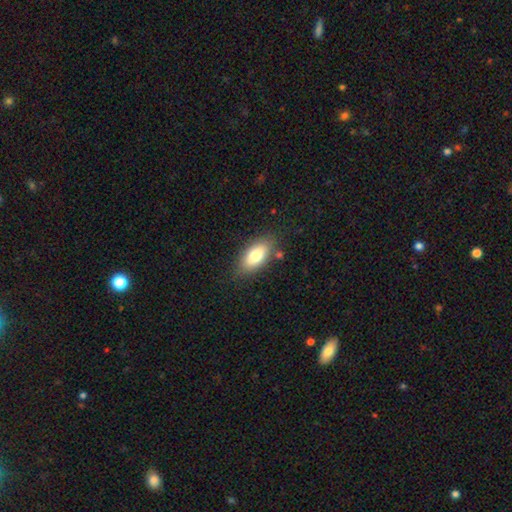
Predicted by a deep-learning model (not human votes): Q: Smooth or featured?
A: smooth (78%); runner-up: featured or disk (14%)
Q: How rounded?
A: in between (87%); runner-up: cigar-shaped (9%)
Q: Merging?
A: none (80%); runner-up: minor disturbance (14%)